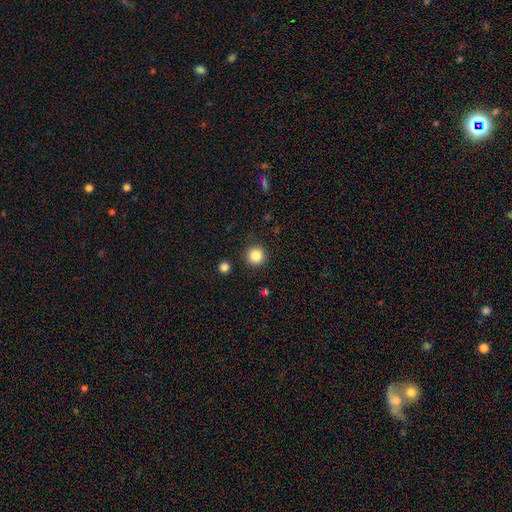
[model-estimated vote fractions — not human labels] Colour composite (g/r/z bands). It shows a smooth galaxy with no disk features (85%) that is round (95%). Merging: none (90%).